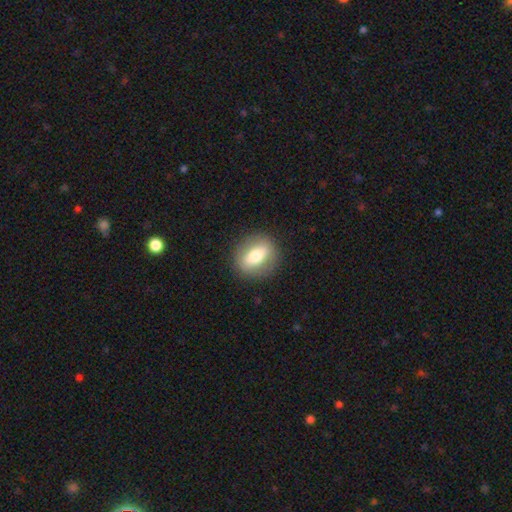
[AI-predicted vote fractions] Smooth or featured? smooth (58%)
How rounded? round (52%)
Merging? none (86%)